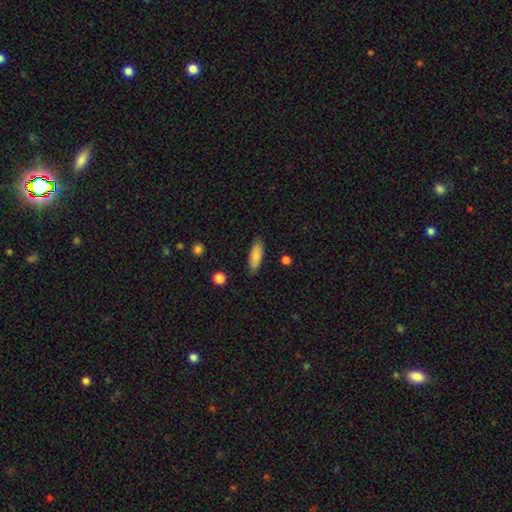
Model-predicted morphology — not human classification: Smooth or featured? Predicted: smooth (p=0.83). How rounded? Predicted: in between (p=0.65). Merging? Predicted: none (p=0.84).